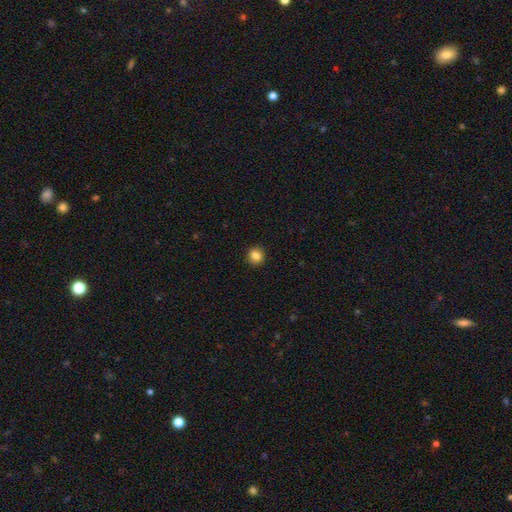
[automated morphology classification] smooth-or-featured: smooth: 85% | star or artifact: 10% | featured or disk: 5%
  how-rounded: round: 89% | in between: 10% | cigar-shaped: 1%
  merging: none: 92% | minor disturbance: 5% | major disturbance: 2% | merger: 1%